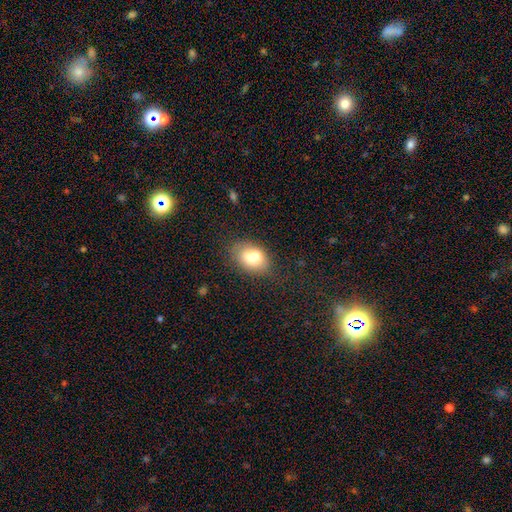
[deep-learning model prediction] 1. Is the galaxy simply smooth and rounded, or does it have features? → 72% smooth, 19% featured or disk, 9% star or artifact.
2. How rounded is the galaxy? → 80% in between, 19% round, 1% cigar-shaped.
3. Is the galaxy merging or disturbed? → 53% none, 21% merger, 19% minor disturbance, 6% major disturbance.